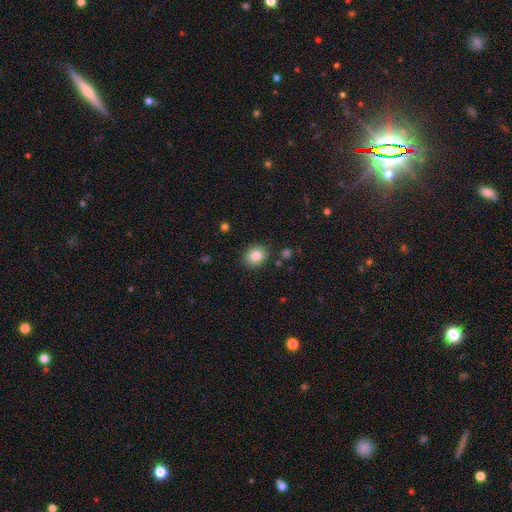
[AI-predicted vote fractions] This is clearly a smooth galaxy (84%). How rounded: likely round (68%). Merging: clearly none (87%).